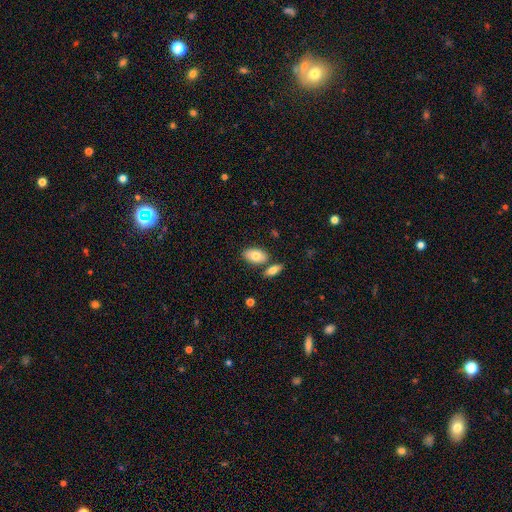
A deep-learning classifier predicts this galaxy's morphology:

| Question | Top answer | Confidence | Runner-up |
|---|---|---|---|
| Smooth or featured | smooth | 79% | featured or disk (14%) |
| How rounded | in between | 92% | round (6%) |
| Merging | none | 68% | merger (18%) |